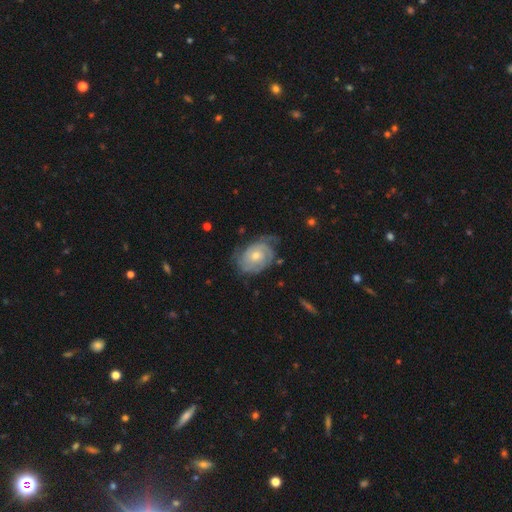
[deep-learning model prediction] Smooth or featured? Predicted: featured or disk (p=0.75). Edge-on disk? Predicted: no (p=0.97). Bar? Predicted: no (p=0.74). Spiral arms? Predicted: yes (p=0.90). Spiral winding? Predicted: tight (p=0.64). Spiral arm count? Predicted: 2 (p=0.42). Bulge size? Predicted: moderate (p=0.58). Merging? Predicted: none (p=0.59).